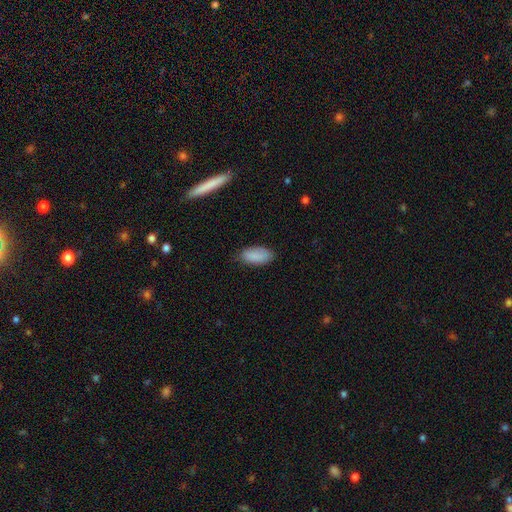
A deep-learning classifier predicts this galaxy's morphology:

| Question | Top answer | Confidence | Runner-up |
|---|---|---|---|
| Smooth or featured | smooth | 88% | star or artifact (7%) |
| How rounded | in between | 92% | cigar-shaped (6%) |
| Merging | none | 78% | minor disturbance (18%) |